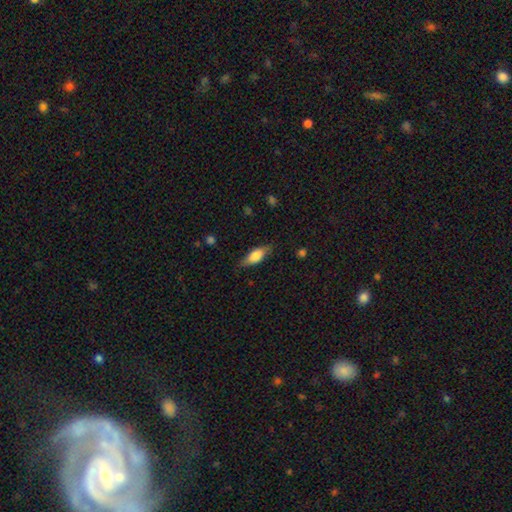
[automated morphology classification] smooth-or-featured: smooth: 62% | featured or disk: 31% | star or artifact: 7%
  how-rounded: in between: 67% | cigar-shaped: 30% | round: 3%
  merging: none: 80% | minor disturbance: 15% | major disturbance: 3% | merger: 1%